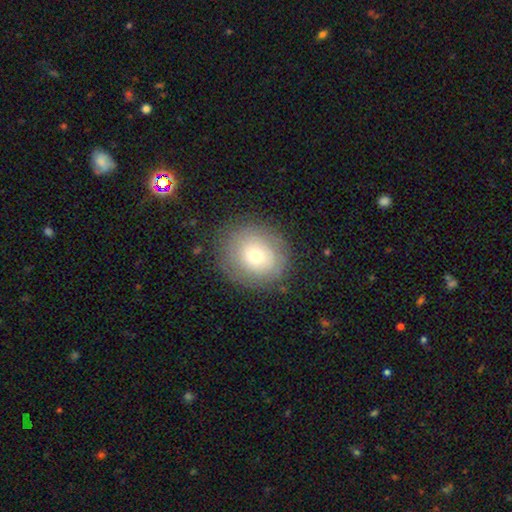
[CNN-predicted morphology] This is likely a smooth galaxy (64%). How rounded: likely round (78%). Merging: clearly none (82%).